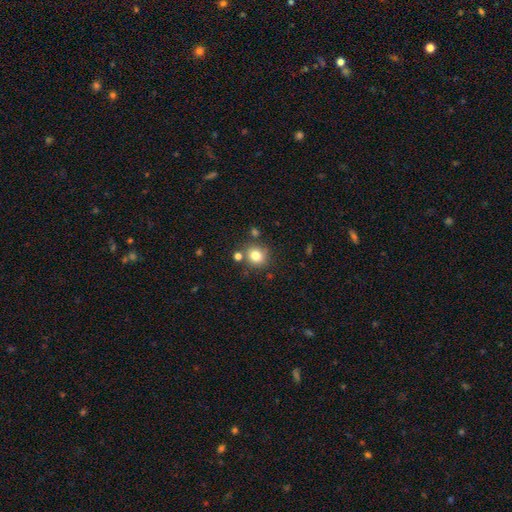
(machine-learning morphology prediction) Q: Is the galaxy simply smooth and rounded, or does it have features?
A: smooth — 80%.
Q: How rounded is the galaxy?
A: round — 83%.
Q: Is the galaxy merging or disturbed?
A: none — 76%.